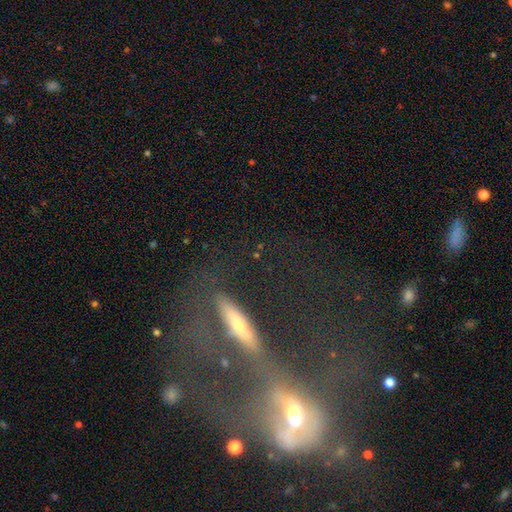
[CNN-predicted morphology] Smooth or featured? Predicted: featured or disk (p=0.59). Edge-on disk? Predicted: yes (p=0.51). Merging? Predicted: merger (p=0.46).